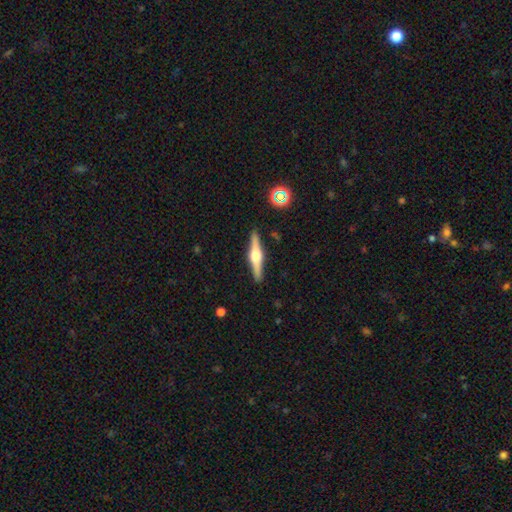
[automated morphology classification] Q: Smooth or featured?
A: featured or disk (74%); runner-up: smooth (20%)
Q: Edge-on disk?
A: yes (98%); runner-up: no (2%)
Q: Edge-on bulge?
A: rounded (93%); runner-up: boxy (5%)
Q: Merging?
A: none (91%); runner-up: minor disturbance (6%)